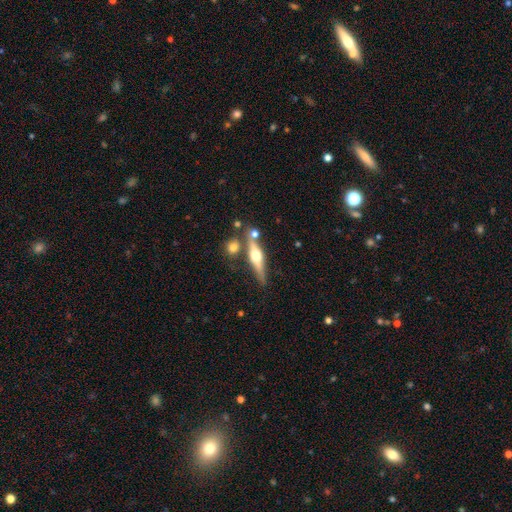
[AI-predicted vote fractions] smooth-or-featured: featured or disk: 67% | smooth: 26% | star or artifact: 7%
  disk-edge-on: yes: 95% | no: 5%
    edge-on-bulge: rounded: 93% | boxy: 5% | none: 2%
  merging: none: 72% | merger: 13% | minor disturbance: 12% | major disturbance: 4%